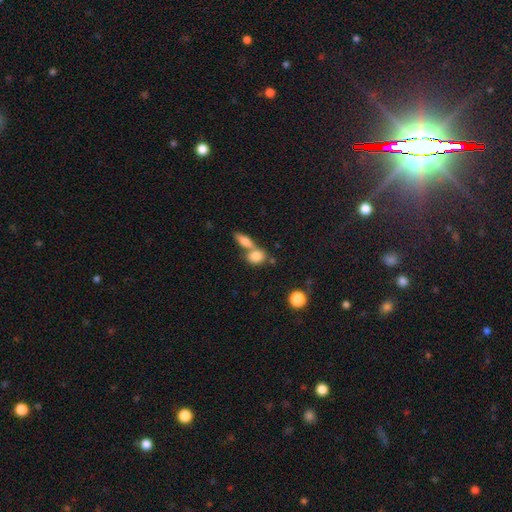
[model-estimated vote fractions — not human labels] A smooth galaxy with no disk features (81%) that is in between round and cigar-shaped (56%).

Vote fractions:
- Smooth or featured? smooth: 81% / featured or disk: 11% / star or artifact: 9%
- How rounded? in between: 56% / round: 40% / cigar-shaped: 5%
- Merging? merger: 54% / none: 35% / minor disturbance: 8% / major disturbance: 3%